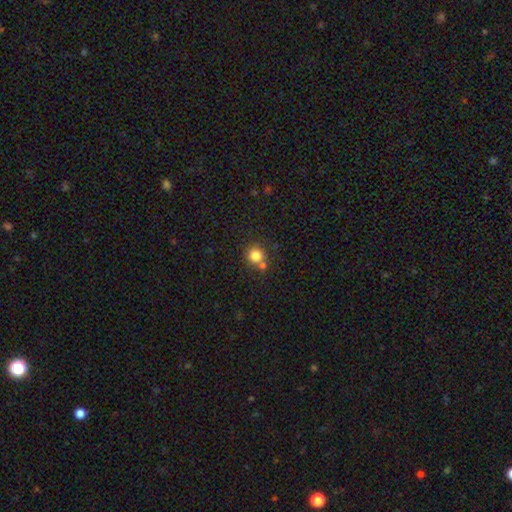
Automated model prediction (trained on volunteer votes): Smooth or featured? Predicted: smooth (p=0.82). How rounded? Predicted: round (p=0.92). Merging? Predicted: none (p=0.65).